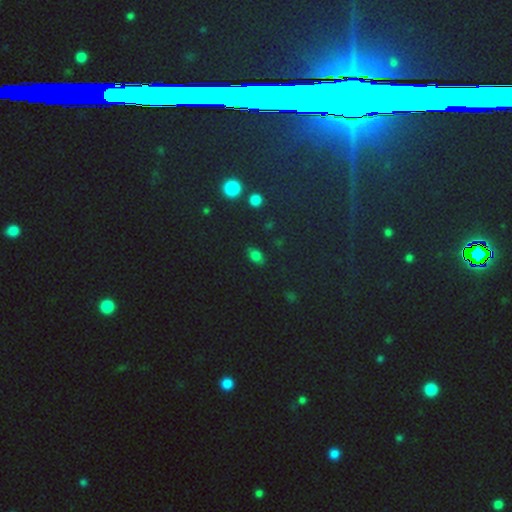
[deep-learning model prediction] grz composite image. It shows a smooth galaxy with no disk features (71%) that is in between round and cigar-shaped (81%). Merging: none (82%).